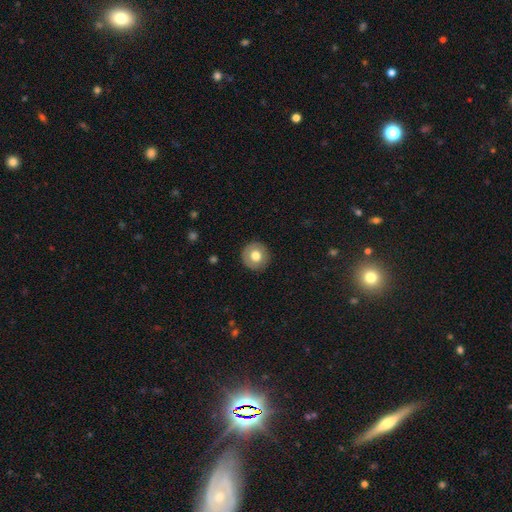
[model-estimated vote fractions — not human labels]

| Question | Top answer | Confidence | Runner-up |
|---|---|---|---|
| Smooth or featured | smooth | 72% | featured or disk (20%) |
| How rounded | round | 95% | in between (4%) |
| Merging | none | 91% | minor disturbance (6%) |